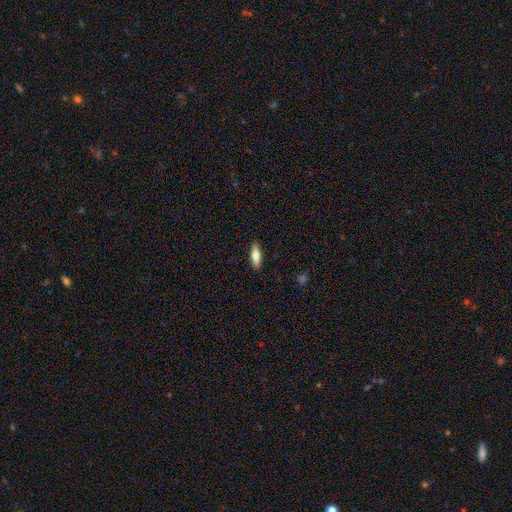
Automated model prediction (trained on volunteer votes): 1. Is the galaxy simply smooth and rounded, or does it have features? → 75% smooth, 19% featured or disk, 6% star or artifact.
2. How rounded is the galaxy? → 52% in between, 46% cigar-shaped, 2% round.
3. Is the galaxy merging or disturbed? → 89% none, 8% minor disturbance, 2% major disturbance, 1% merger.